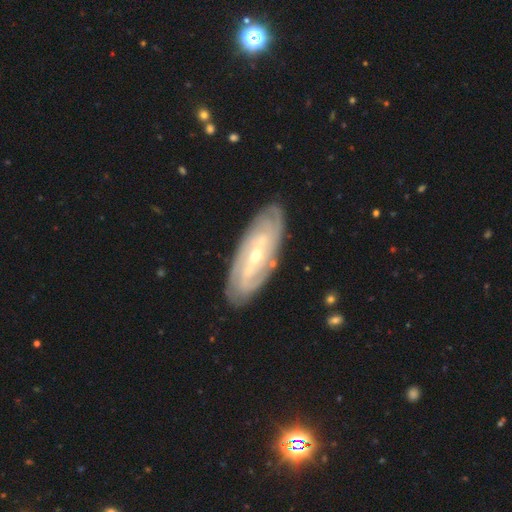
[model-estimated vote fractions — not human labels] The model was most divided on "bar": weak: 40%, strong: 34%, no: 26%. Remaining: spiral arms — yes (94%); edge-on disk — no (89%); smooth or featured — featured or disk (84%); merging — none (84%); spiral winding — tight (69%); bulge size — small (59%); spiral arm count — can't tell (37%).